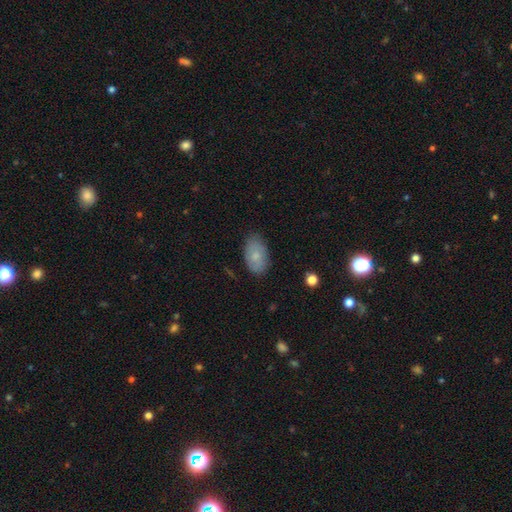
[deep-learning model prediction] Smooth or featured: smooth — 74% (featured or disk — 20%)
How rounded: in between — 93% (round — 6%)
Merging: none — 78% (minor disturbance — 17%)